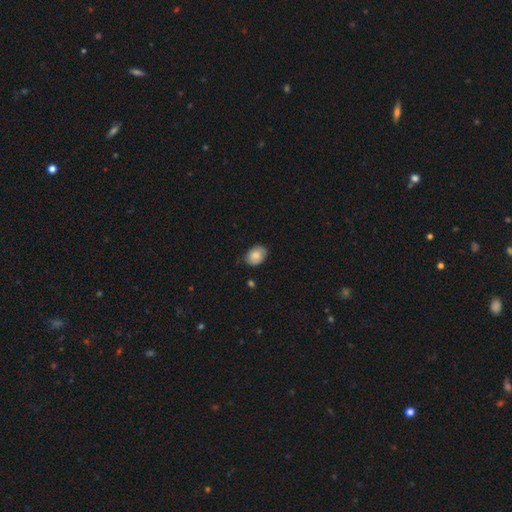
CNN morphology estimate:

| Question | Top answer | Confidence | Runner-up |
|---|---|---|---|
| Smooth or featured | smooth | 82% | featured or disk (10%) |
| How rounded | in between | 71% | round (28%) |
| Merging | none | 79% | minor disturbance (17%) |